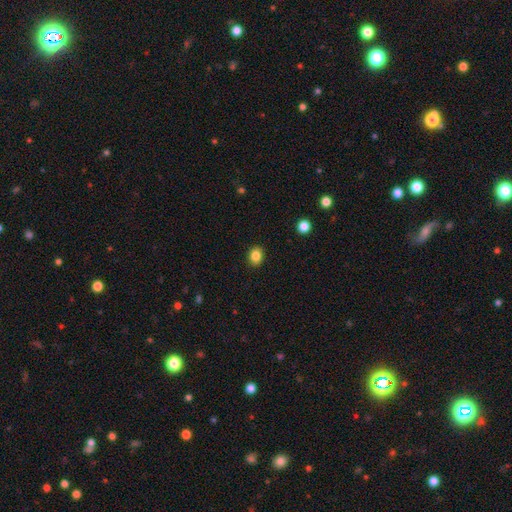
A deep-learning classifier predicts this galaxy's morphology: A smooth galaxy with no disk features (85%) that is round (51%). Merging: none (90%).